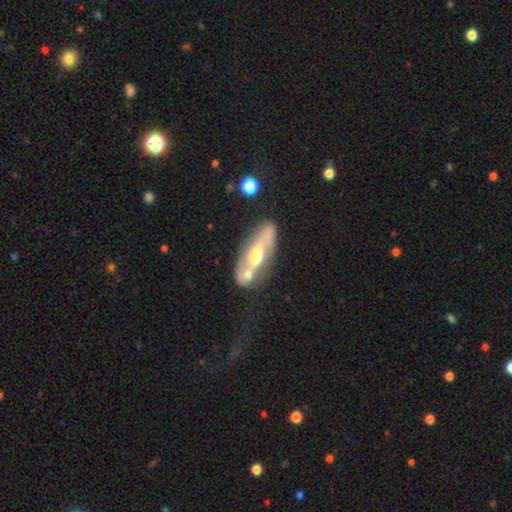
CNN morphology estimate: The model was most divided on "bar": no: 42%, weak: 31%, strong: 27%. More confident: edge-on disk — no (77%); smooth or featured — featured or disk (73%); bulge size — moderate (70%); spiral arms — yes (66%); merging — none (51%).